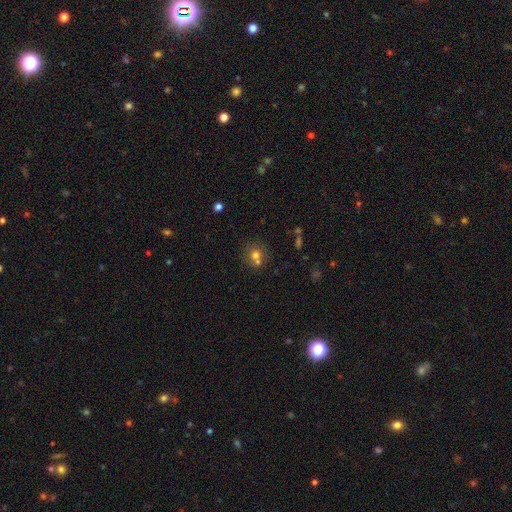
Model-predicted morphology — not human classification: Smooth or featured?
  - smooth: 69% *
  - star or artifact: 16%
  - featured or disk: 15%
How rounded?
  - round: 88% *
  - in between: 12%
  - cigar-shaped: 1%
Merging?
  - none: 54% *
  - merger: 35%
  - minor disturbance: 8%
  - major disturbance: 3%